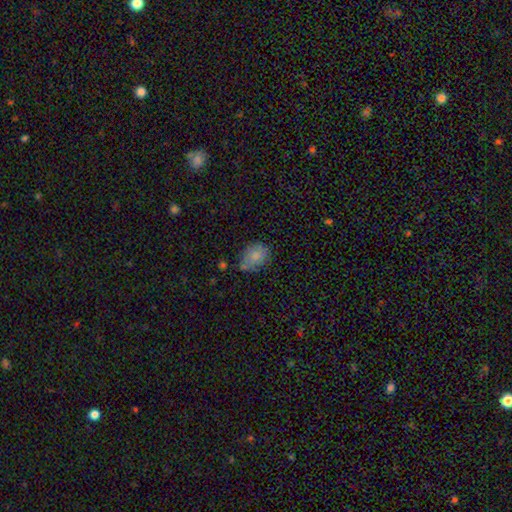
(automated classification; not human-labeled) Smooth or featured?
  - smooth: 77% *
  - featured or disk: 14%
  - star or artifact: 9%
How rounded?
  - in between: 69% *
  - round: 30%
  - cigar-shaped: 1%
Merging?
  - none: 56% *
  - minor disturbance: 29%
  - major disturbance: 8%
  - merger: 7%